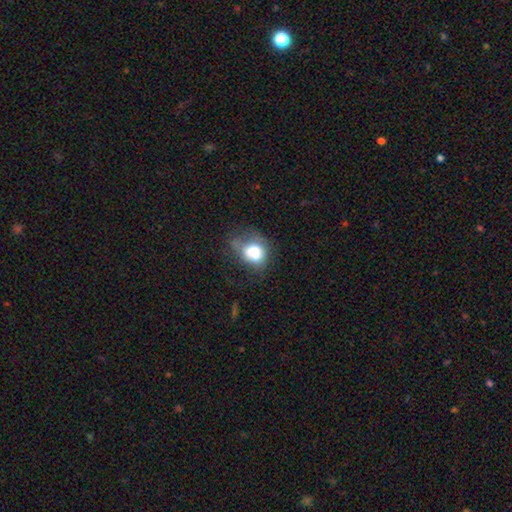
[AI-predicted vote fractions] This is likely a smooth galaxy (65%). How rounded: possibly in between (52%). Merging: marginally none (29%).